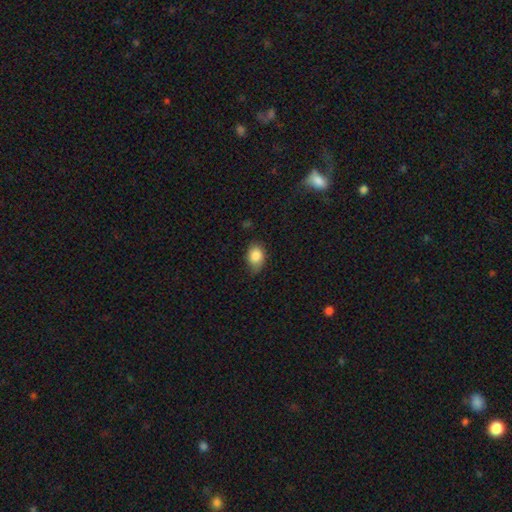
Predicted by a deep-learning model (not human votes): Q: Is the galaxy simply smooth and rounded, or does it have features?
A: smooth — 84%.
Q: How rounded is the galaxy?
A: in between — 79%.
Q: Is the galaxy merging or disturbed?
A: none — 61%.